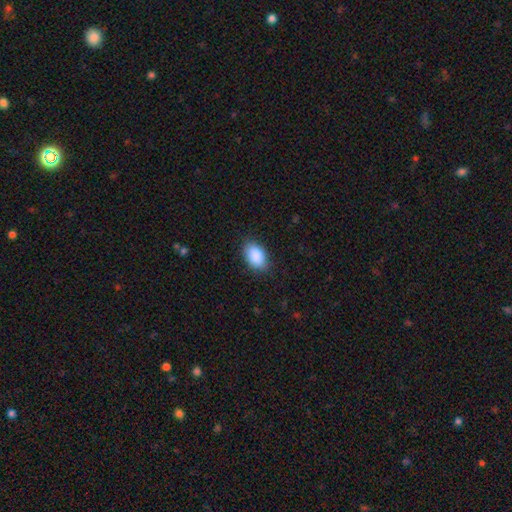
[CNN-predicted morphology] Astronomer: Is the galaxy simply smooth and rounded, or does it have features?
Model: smooth — 90%.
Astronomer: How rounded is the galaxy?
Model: in between — 91%.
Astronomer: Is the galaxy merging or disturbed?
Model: none — 84%.